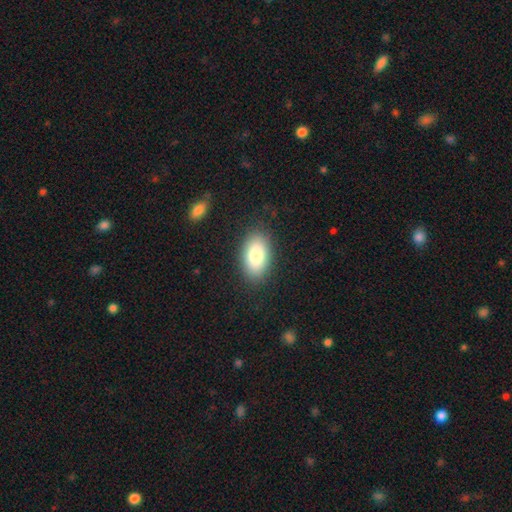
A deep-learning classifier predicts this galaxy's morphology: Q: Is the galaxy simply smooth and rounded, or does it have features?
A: smooth — 83%.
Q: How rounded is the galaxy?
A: in between — 93%.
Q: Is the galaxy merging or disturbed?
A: none — 87%.